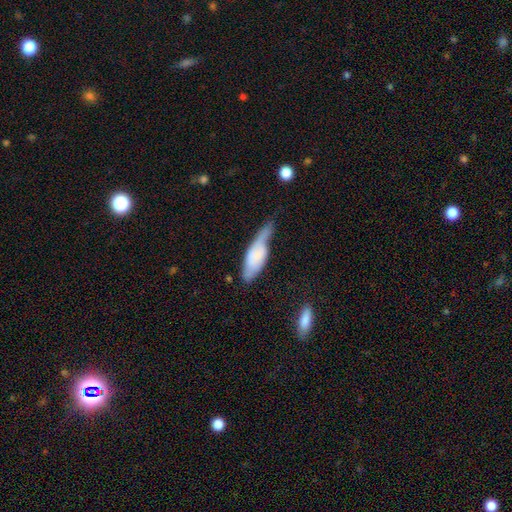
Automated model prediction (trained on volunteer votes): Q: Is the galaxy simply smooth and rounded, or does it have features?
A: smooth — 58%.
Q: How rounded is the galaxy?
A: in between — 63%.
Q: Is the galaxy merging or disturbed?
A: minor disturbance — 41%.